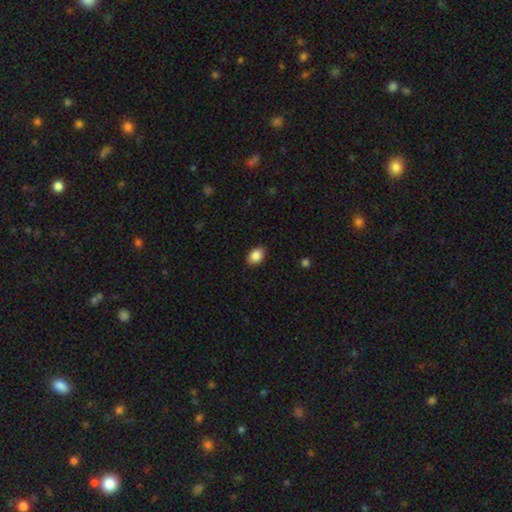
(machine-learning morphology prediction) Smooth or featured: smooth — 87% (star or artifact — 8%)
How rounded: in between — 77% (round — 22%)
Merging: none — 89% (minor disturbance — 8%)